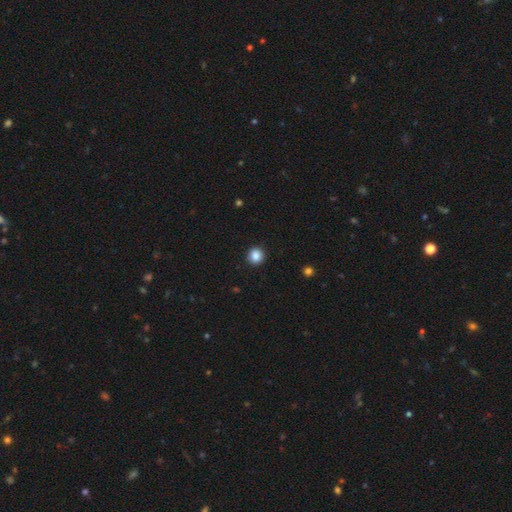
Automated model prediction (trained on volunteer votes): Morphology: type=smooth (87%); roundness=round (90%); merging=none (92%).